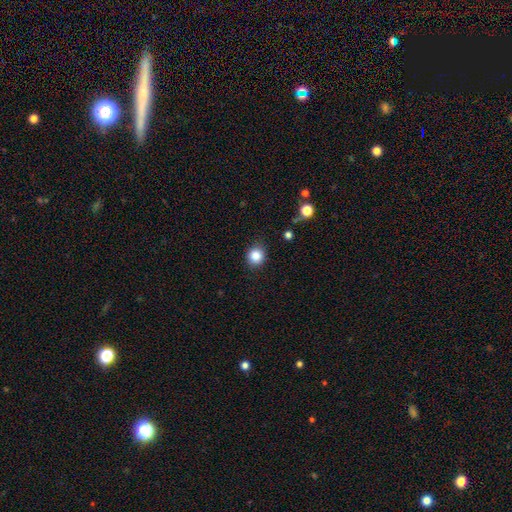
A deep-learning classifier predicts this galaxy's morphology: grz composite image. It shows a smooth galaxy with no disk features (85%) that is round (89%). Merging: none (88%).